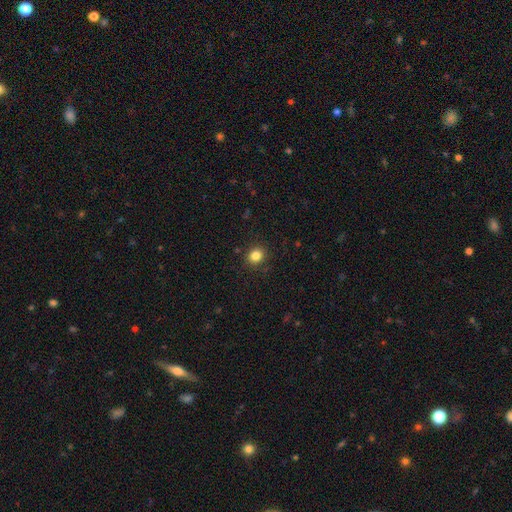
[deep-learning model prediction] Q: Smooth or featured?
A: smooth (83%); runner-up: star or artifact (12%)
Q: How rounded?
A: round (77%); runner-up: in between (22%)
Q: Merging?
A: none (89%); runner-up: minor disturbance (7%)